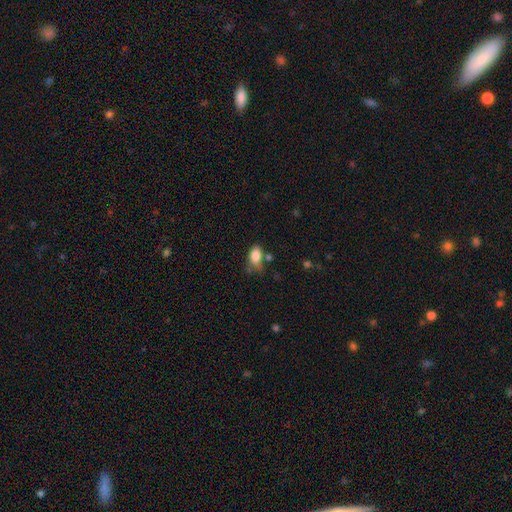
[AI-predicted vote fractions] The model was most divided on "merging": none: 50%, minor disturbance: 29%, merger: 11%, major disturbance: 10%. More confident: how rounded — in between (88%); smooth or featured — smooth (84%).